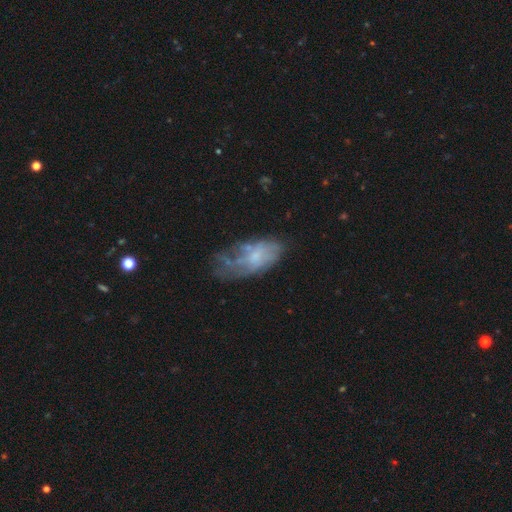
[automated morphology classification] smooth-or-featured: featured or disk: 50% | smooth: 38% | star or artifact: 11%
  disk-edge-on: no: 94% | yes: 6%
  merging: none: 38% | minor disturbance: 29% | major disturbance: 27% | merger: 6%